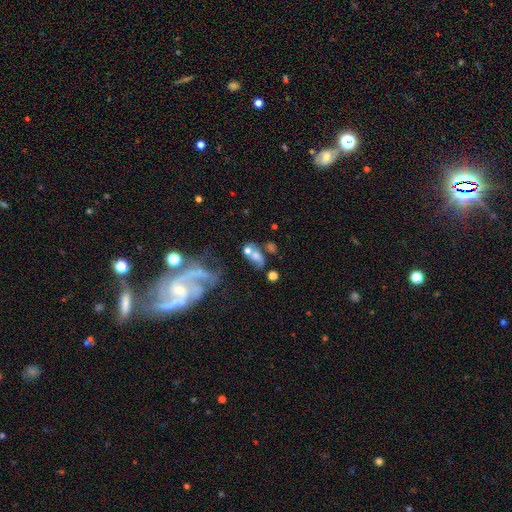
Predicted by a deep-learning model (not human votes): Q: Smooth or featured?
A: smooth (49%); runner-up: featured or disk (37%)
Q: Merging?
A: merger (38%); runner-up: none (31%)